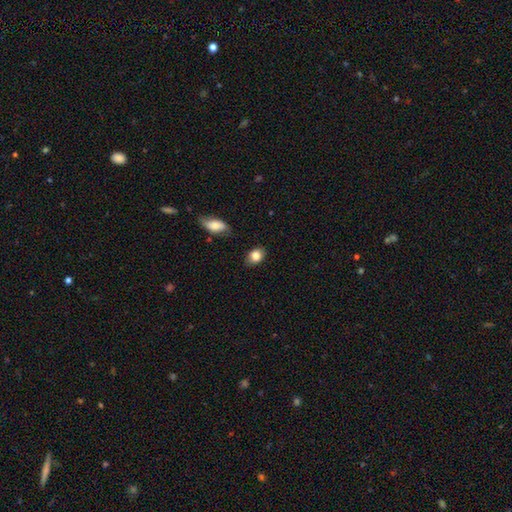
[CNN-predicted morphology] The model was most divided on "how rounded": in between: 70%, round: 28%, cigar-shaped: 1%. More confident: smooth or featured — smooth (83%); merging — none (81%).